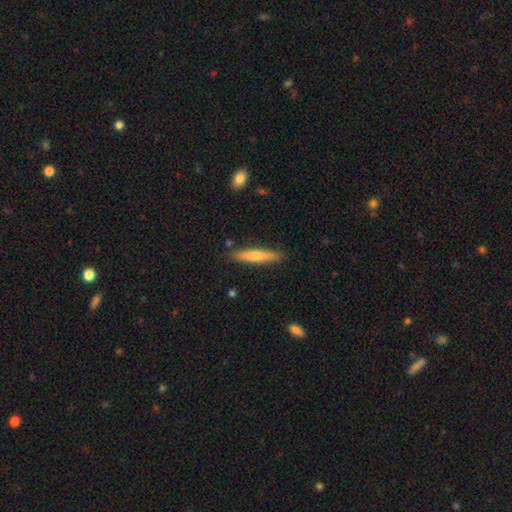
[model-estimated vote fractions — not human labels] This is possibly a smooth galaxy (49%). Merging: clearly none (88%).